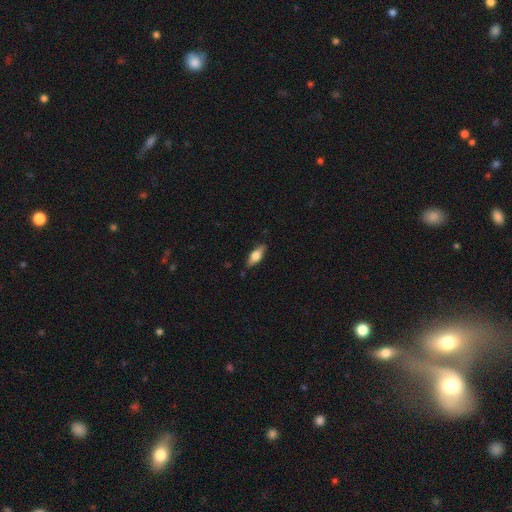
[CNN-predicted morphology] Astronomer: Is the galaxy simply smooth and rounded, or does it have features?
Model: smooth — 57% (runner-up: featured or disk, 37%).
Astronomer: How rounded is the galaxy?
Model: in between — 63%.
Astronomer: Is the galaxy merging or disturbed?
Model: none — 84%.